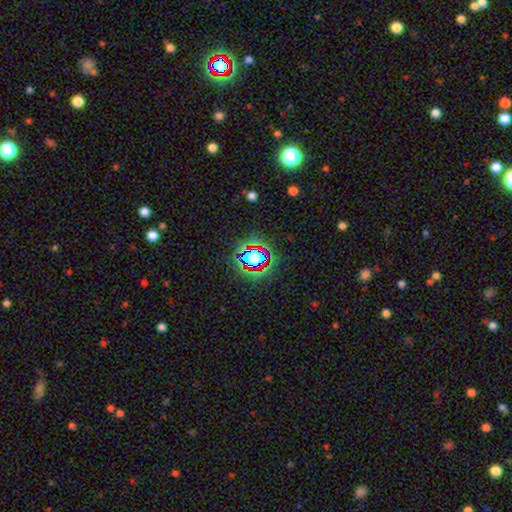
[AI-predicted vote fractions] star or artifact 62%, smooth 25%, featured or disk 13%.